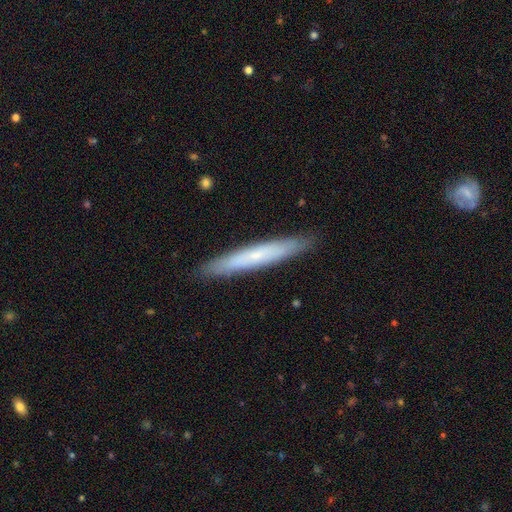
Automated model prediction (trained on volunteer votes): Smooth or featured? smooth (51%)
How rounded? cigar-shaped (95%)
Merging? none (90%)